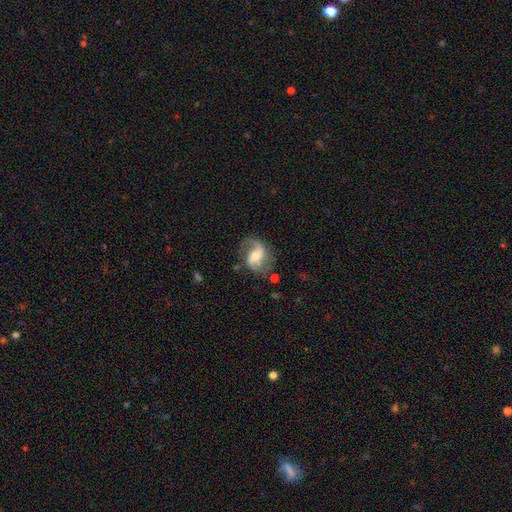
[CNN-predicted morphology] A featured or disk galaxy (79%) with a weak bar (46%), 2 (80%) loose (54%) spiral arms (94%) and a moderate central bulge (57%).

Vote fractions:
- Smooth or featured? featured or disk: 79% / smooth: 14% / star or artifact: 7%
- Edge-on disk? no: 97% / yes: 3%
- Bar? weak: 46% / no: 29% / strong: 25%
- Spiral arms? yes: 94% / no: 6%
- Spiral winding? loose: 54% / medium: 37% / tight: 9%
- Spiral arm count? 2: 80% / 1: 13% / can't tell: 4% / 3: 2% / 4: 1% / more than 4: 1%
- Bulge size? moderate: 57% / small: 31% / large: 7% / none: 3% / dominant: 1%
- Merging? none: 65% / minor disturbance: 20% / major disturbance: 13% / merger: 3%